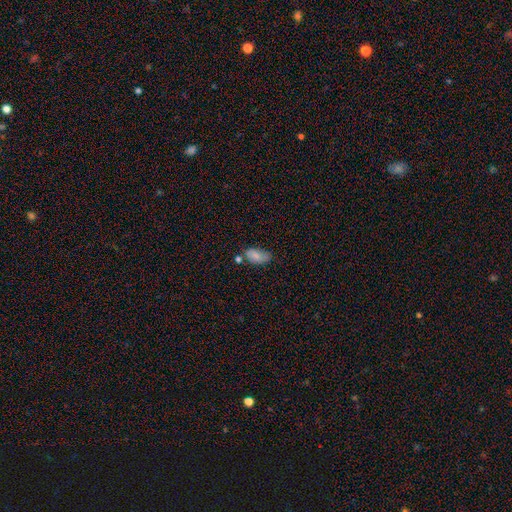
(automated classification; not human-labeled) The model was most divided on "merging": none: 54%, minor disturbance: 27%, merger: 12%, major disturbance: 7%. More confident: how rounded — in between (92%); smooth or featured — smooth (76%).